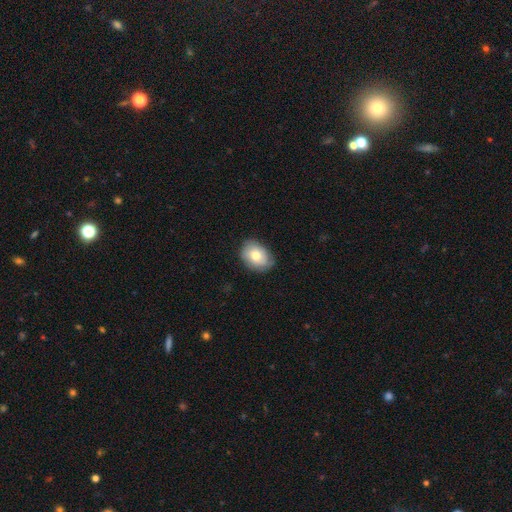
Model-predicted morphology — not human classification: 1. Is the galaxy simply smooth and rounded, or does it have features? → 72% smooth, 21% featured or disk, 7% star or artifact.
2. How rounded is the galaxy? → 74% in between, 25% round, 1% cigar-shaped.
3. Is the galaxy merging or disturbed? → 76% none, 20% minor disturbance, 4% major disturbance, 1% merger.